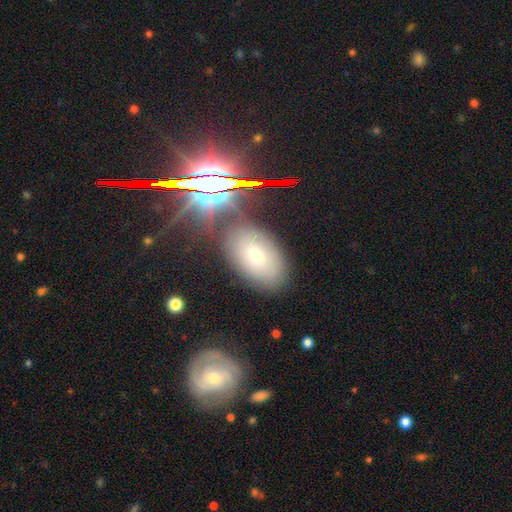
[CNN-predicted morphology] A smooth galaxy with no disk features (59%) that is in between round and cigar-shaped (91%).

Vote fractions:
- Smooth or featured? smooth: 59% / star or artifact: 23% / featured or disk: 18%
- How rounded? in between: 91% / round: 7% / cigar-shaped: 1%
- Merging? none: 78% / minor disturbance: 14% / major disturbance: 5% / merger: 3%